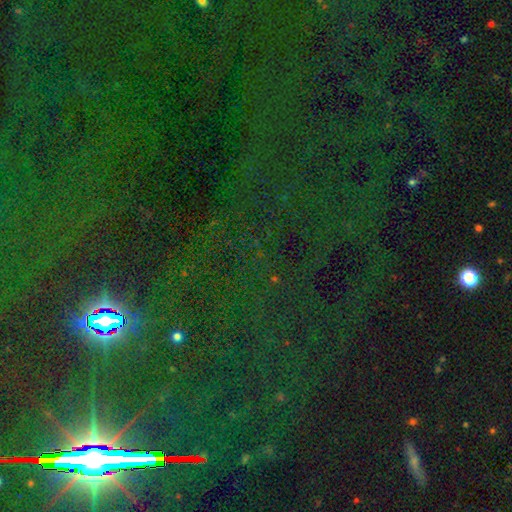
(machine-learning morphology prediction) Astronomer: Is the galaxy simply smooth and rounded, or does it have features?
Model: star or artifact — 84%.